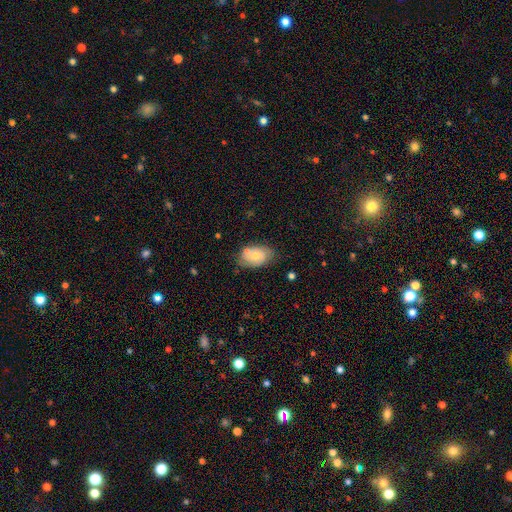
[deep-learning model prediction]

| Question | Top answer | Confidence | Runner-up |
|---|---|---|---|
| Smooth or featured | smooth | 61% | featured or disk (31%) |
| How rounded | in between | 87% | round (12%) |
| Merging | none | 62% | minor disturbance (22%) |